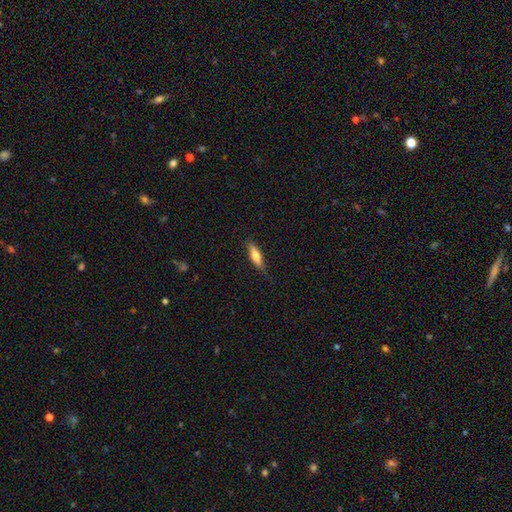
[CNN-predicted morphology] The model was most divided on "how rounded": cigar-shaped: 58%, in between: 40%, round: 2%. More confident: merging — none (76%); smooth or featured — smooth (67%).